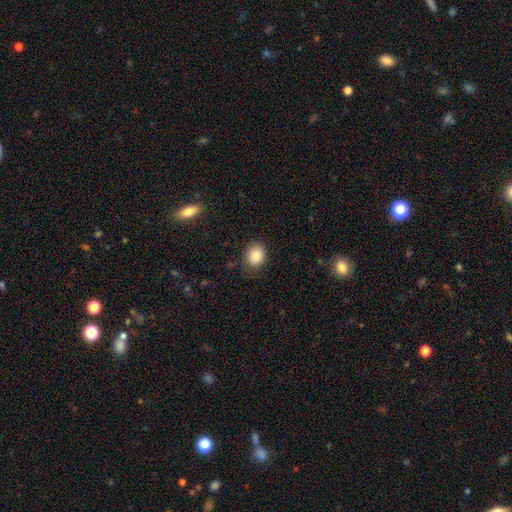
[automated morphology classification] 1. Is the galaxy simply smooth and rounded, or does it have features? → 85% smooth, 9% star or artifact, 5% featured or disk.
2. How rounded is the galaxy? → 64% round, 35% in between, 1% cigar-shaped.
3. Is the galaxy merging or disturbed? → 80% none, 15% minor disturbance, 4% major disturbance, 1% merger.